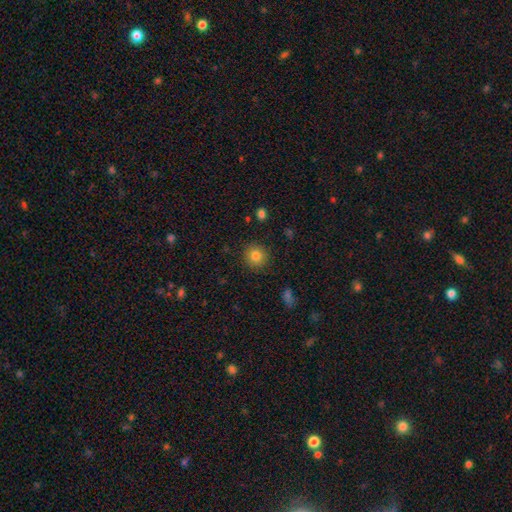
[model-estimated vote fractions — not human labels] This is clearly a smooth galaxy (83%). How rounded: clearly round (91%). Merging: clearly none (90%).